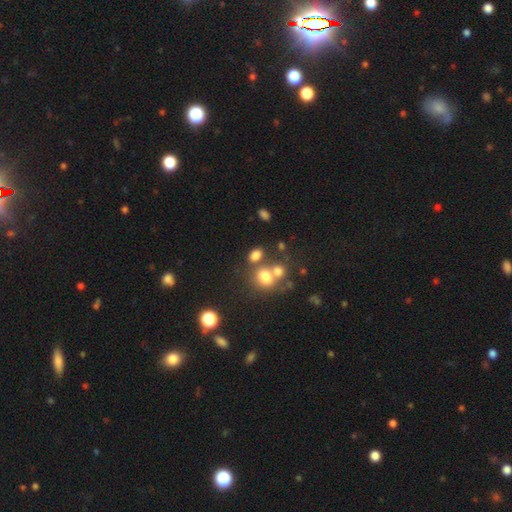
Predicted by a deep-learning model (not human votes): A smooth galaxy with no disk features (74%) that is in between round and cigar-shaped (64%).

Vote fractions:
- Smooth or featured? smooth: 74% / star or artifact: 15% / featured or disk: 11%
- How rounded? in between: 64% / round: 35% / cigar-shaped: 2%
- Merging? none: 50% / merger: 32% / minor disturbance: 12% / major disturbance: 6%